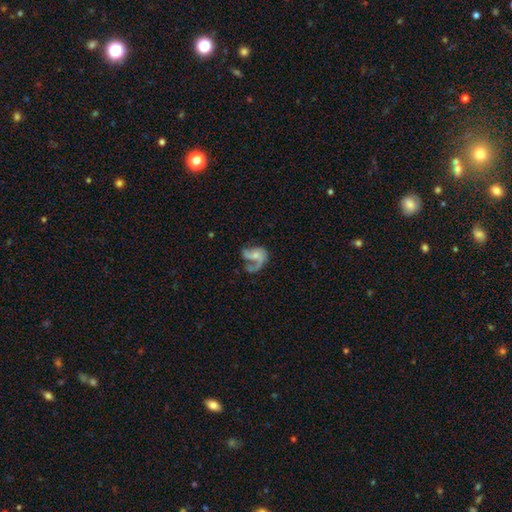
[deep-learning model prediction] smooth-or-featured: featured or disk: 75% | smooth: 17% | star or artifact: 8%
  disk-edge-on: no: 98% | yes: 2%
    bar: no: 66% | weak: 28% | strong: 6%
    has-spiral-arms: yes: 87% | no: 13%
      spiral-winding: loose: 50% | medium: 39% | tight: 11%
      spiral-arm-count: 2: 42% | 1: 37% | 3: 10% | can't tell: 7% | 4: 2% | more than 4: 2%
    bulge-size: small: 52% | moderate: 28% | none: 16% | large: 3% | dominant: 1%
  merging: major disturbance: 40% | none: 36% | minor disturbance: 18% | merger: 5%